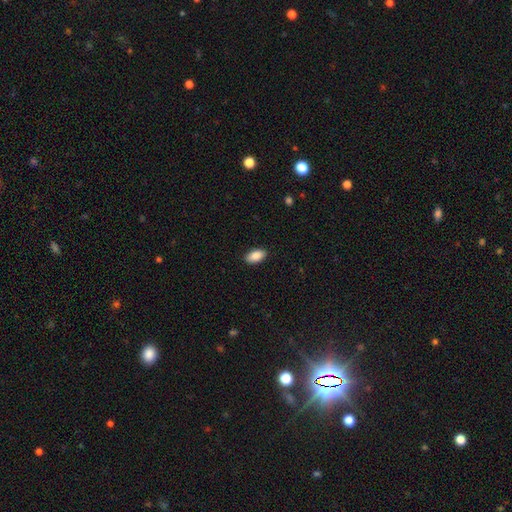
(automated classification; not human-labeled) smooth 89%, star or artifact 7%, featured or disk 4%. Down the decision tree: how rounded — in between (94%); merging — none (89%).